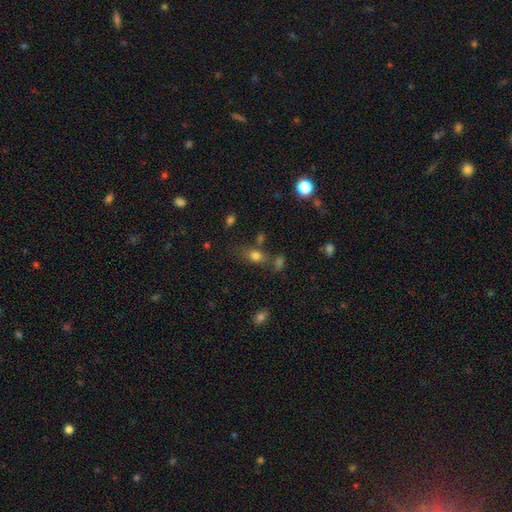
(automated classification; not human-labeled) smooth 78%, star or artifact 13%, featured or disk 9%. Down the decision tree: how rounded — in between (73%); merging — none (58%).